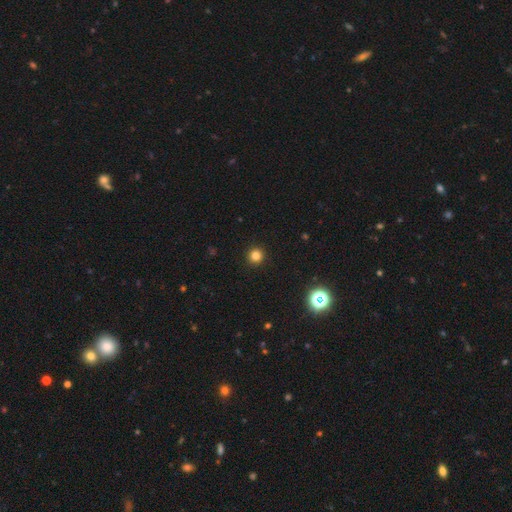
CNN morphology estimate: Smooth or featured? Predicted: smooth (p=0.80). How rounded? Predicted: round (p=0.96). Merging? Predicted: none (p=0.93).